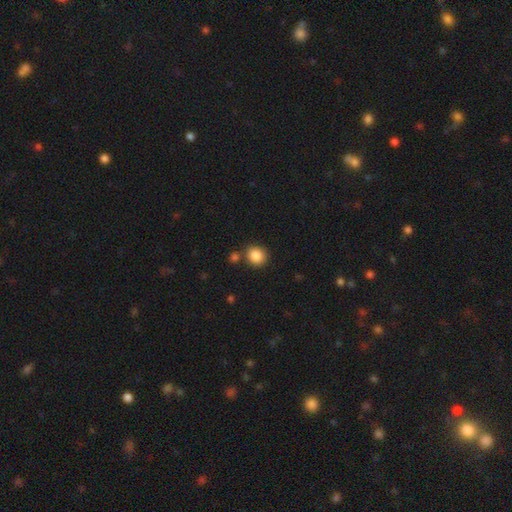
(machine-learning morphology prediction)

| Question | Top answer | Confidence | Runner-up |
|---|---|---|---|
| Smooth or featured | smooth | 86% | star or artifact (9%) |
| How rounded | round | 83% | in between (16%) |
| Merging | none | 75% | merger (13%) |